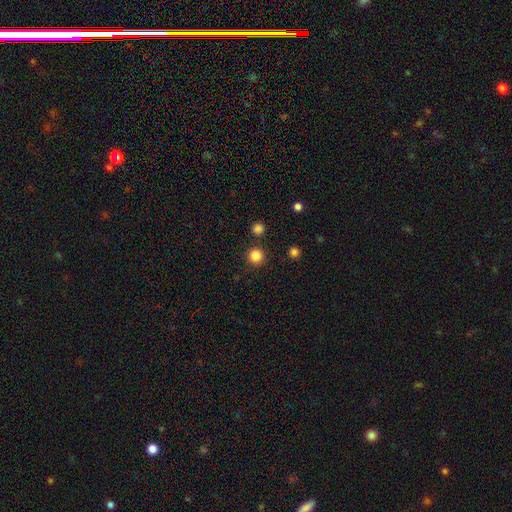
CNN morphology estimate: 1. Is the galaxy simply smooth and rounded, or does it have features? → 84% smooth, 13% star or artifact, 3% featured or disk.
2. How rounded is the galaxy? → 96% round, 3% in between, 1% cigar-shaped.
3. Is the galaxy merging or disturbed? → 90% none, 5% minor disturbance, 3% merger, 2% major disturbance.